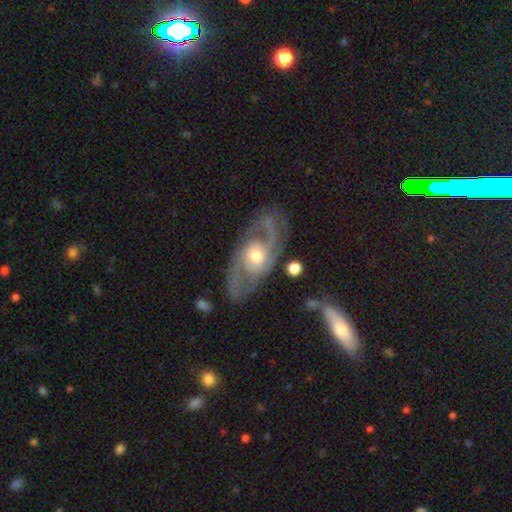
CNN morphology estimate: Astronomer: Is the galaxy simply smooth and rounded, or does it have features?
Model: featured or disk — 86%.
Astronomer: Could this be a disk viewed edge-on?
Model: no — 94%.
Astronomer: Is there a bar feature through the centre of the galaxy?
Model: no — 65%.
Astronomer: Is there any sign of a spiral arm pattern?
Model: yes — 93%.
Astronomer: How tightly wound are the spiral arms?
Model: medium — 47% (runner-up: tight, 36%).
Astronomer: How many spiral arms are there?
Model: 2 — 71%.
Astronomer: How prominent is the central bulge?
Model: moderate — 66%.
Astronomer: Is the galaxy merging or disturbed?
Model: none — 73%.